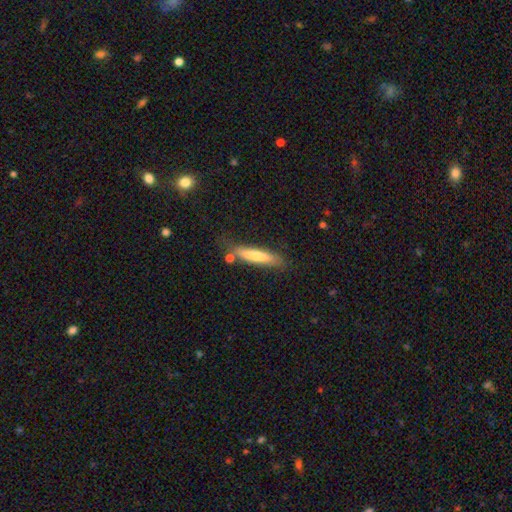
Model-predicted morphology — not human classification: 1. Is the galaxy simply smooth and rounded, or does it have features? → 66% smooth, 28% featured or disk, 6% star or artifact.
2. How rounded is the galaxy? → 86% cigar-shaped, 12% in between, 1% round.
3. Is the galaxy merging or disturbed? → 72% none, 17% minor disturbance, 8% merger, 4% major disturbance.